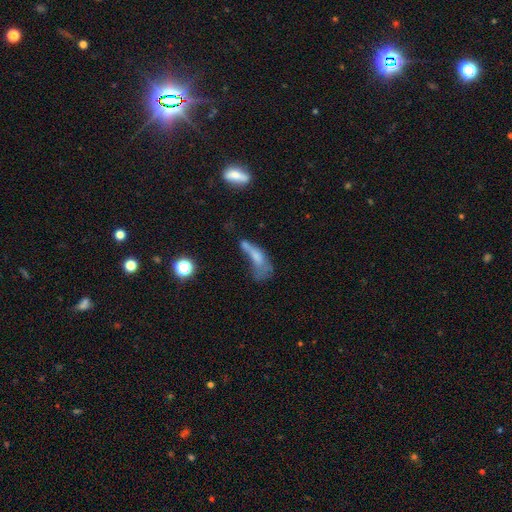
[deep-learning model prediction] A smooth galaxy with no disk features (50%).

Vote fractions:
- Smooth or featured? smooth: 50% / featured or disk: 36% / star or artifact: 14%
- Merging? major disturbance: 44% / merger: 24% / none: 16% / minor disturbance: 15%